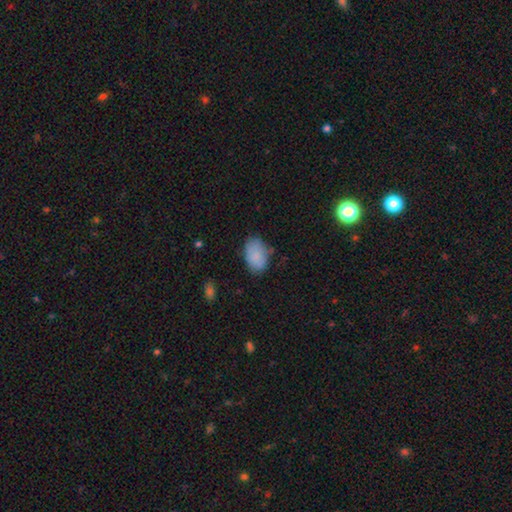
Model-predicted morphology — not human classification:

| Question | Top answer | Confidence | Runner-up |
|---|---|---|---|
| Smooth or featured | smooth | 84% | featured or disk (9%) |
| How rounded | in between | 89% | round (9%) |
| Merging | none | 68% | minor disturbance (24%) |